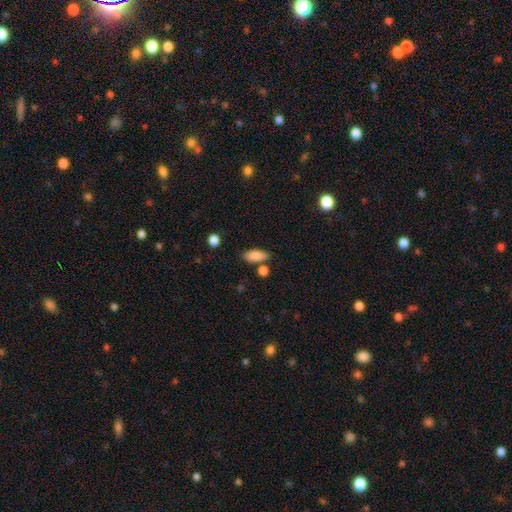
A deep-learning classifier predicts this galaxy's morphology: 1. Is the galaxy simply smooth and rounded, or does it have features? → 86% smooth, 7% star or artifact, 7% featured or disk.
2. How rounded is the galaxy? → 80% in between, 17% cigar-shaped, 3% round.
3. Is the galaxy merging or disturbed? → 75% none, 14% minor disturbance, 8% merger, 4% major disturbance.